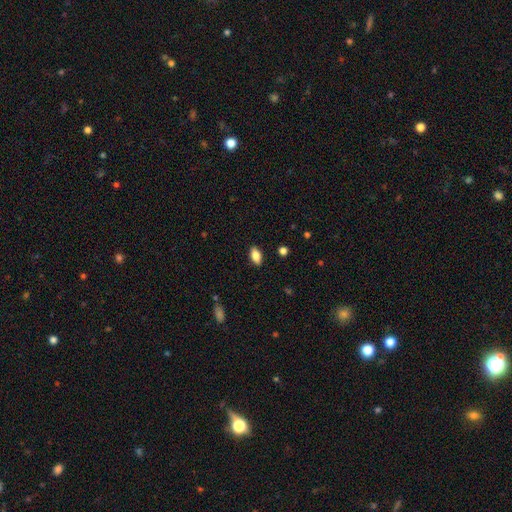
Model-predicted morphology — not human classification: Smooth or featured: smooth — 81% (featured or disk — 11%)
How rounded: in between — 89% (cigar-shaped — 7%)
Merging: none — 88% (minor disturbance — 9%)